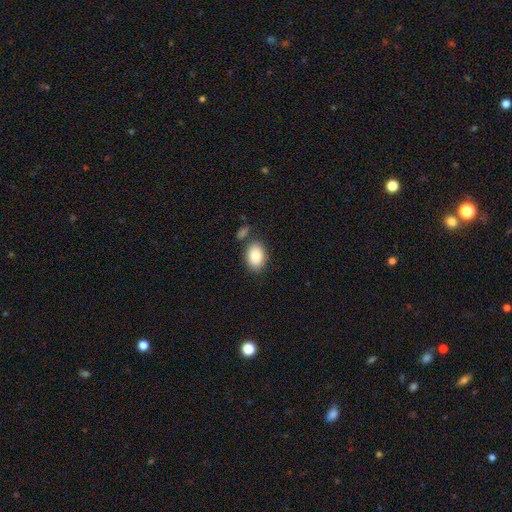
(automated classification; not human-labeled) A smooth galaxy with no disk features (83%) that is in between round and cigar-shaped (83%).

Vote fractions:
- Smooth or featured? smooth: 83% / featured or disk: 10% / star or artifact: 7%
- How rounded? in between: 83% / round: 16% / cigar-shaped: 1%
- Merging? none: 76% / minor disturbance: 12% / merger: 8% / major disturbance: 3%